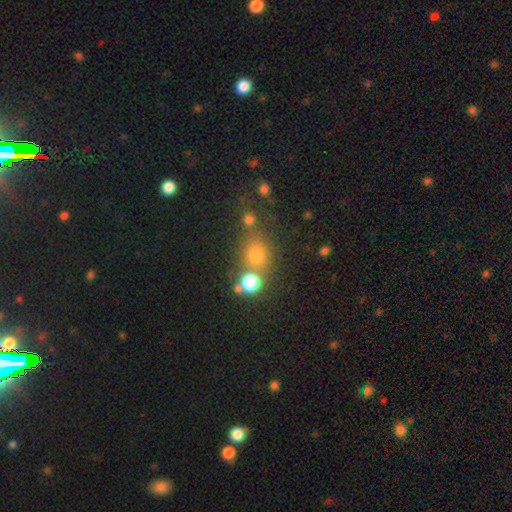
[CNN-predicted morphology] The model was most divided on "smooth or featured": smooth: 66%, star or artifact: 25%, featured or disk: 9%. More confident: how rounded — round (78%); merging — none (63%).